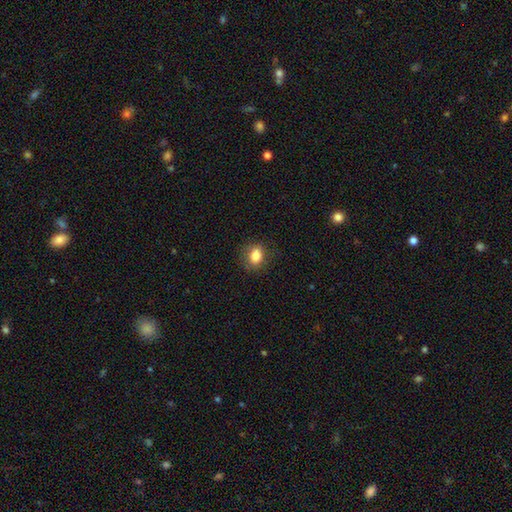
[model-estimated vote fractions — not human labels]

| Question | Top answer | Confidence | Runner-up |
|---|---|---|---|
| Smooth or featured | smooth | 84% | star or artifact (10%) |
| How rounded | in between | 60% | round (39%) |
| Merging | none | 82% | minor disturbance (13%) |